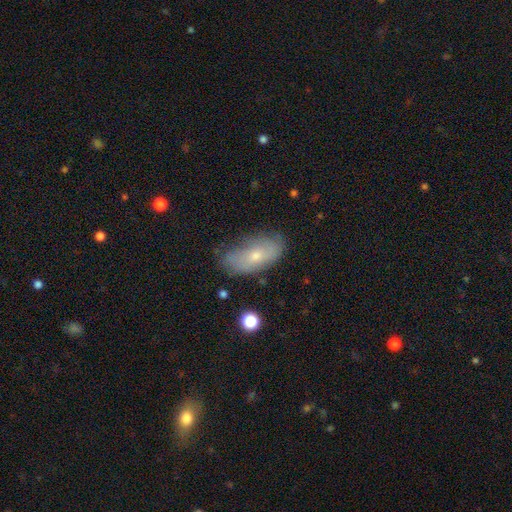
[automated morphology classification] Smooth or featured: smooth — 60% (featured or disk — 31%)
How rounded: in between — 89% (cigar-shaped — 7%)
Merging: none — 64% (minor disturbance — 27%)